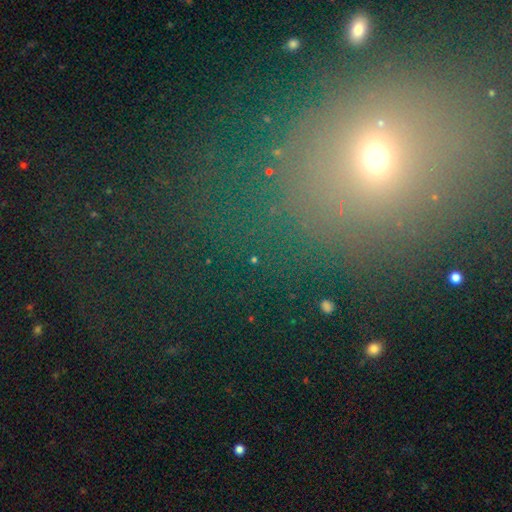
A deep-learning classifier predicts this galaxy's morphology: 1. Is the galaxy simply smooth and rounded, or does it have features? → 45% smooth, 41% star or artifact, 14% featured or disk.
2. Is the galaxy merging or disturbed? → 65% none, 15% major disturbance, 13% minor disturbance, 7% merger.